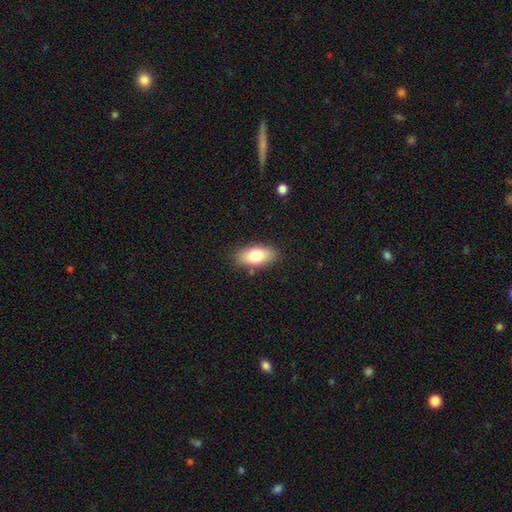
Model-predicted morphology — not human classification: The model was most divided on "smooth or featured": smooth: 79%, featured or disk: 15%, star or artifact: 7%. More confident: how rounded — in between (88%); merging — none (85%).